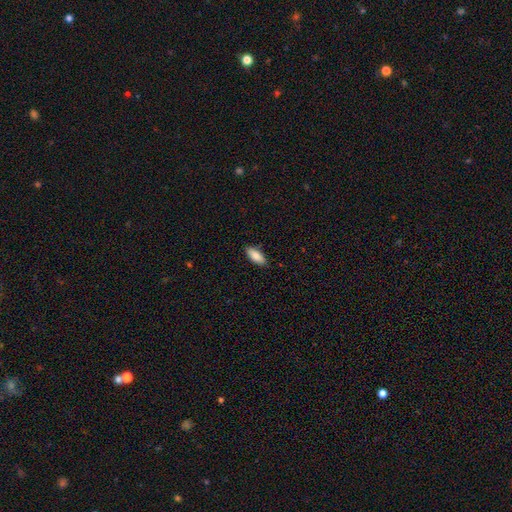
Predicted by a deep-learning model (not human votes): Overall: smooth (86%). How rounded: in between (80%). Merging: none (87%).